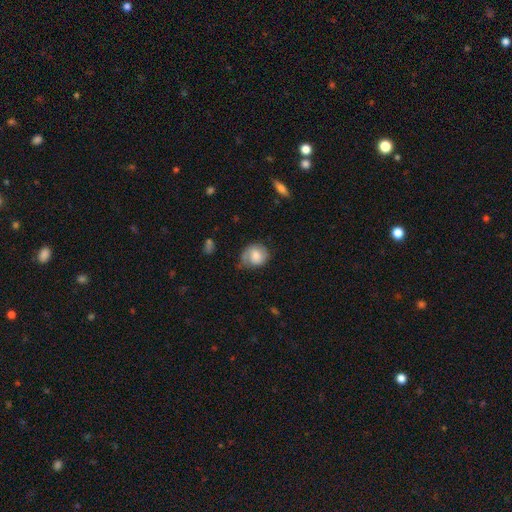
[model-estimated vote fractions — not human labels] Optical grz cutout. It shows a smooth galaxy with no disk features (63%) that is round (69%). Merging: none (50%).